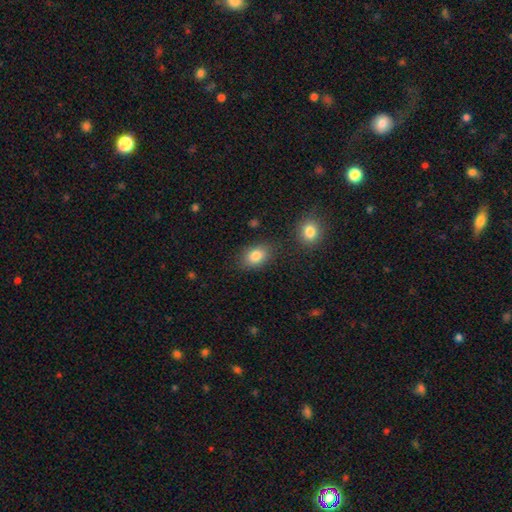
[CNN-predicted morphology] Smooth or featured? Predicted: smooth (p=0.85). How rounded? Predicted: in between (p=0.82). Merging? Predicted: none (p=0.81).